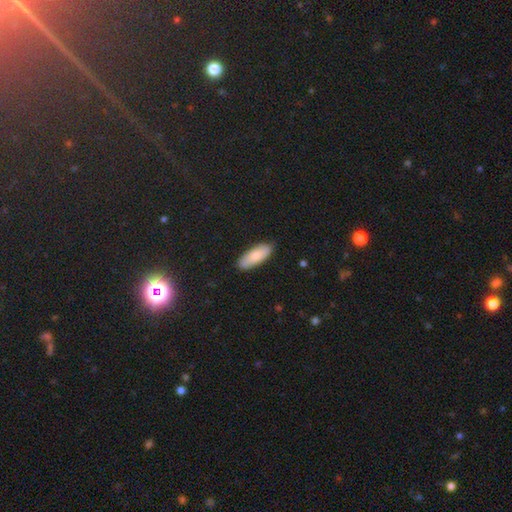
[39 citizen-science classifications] Morphology: type=smooth (87%); roundness=in between (79%); merging=none (83%).